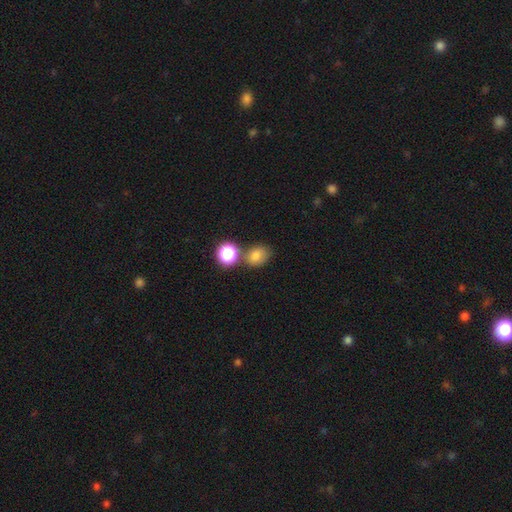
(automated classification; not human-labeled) smooth 76%, star or artifact 16%, featured or disk 8%. Down the decision tree: how rounded — round (50%); merging — none (62%).